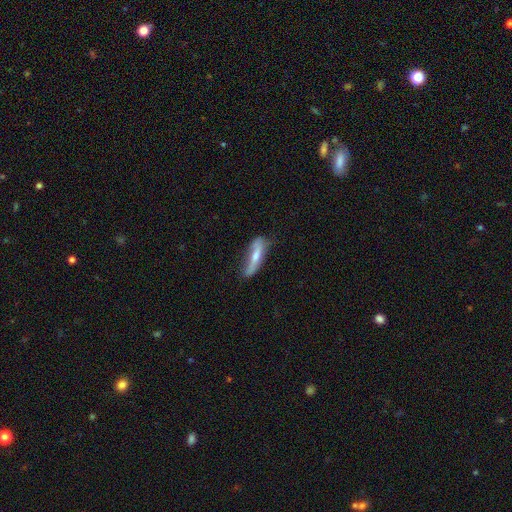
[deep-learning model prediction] A featured or disk galaxy (47%).

Vote fractions:
- Smooth or featured? featured or disk: 47% / smooth: 46% / star or artifact: 7%
- Merging? none: 60% / minor disturbance: 28% / major disturbance: 9% / merger: 2%